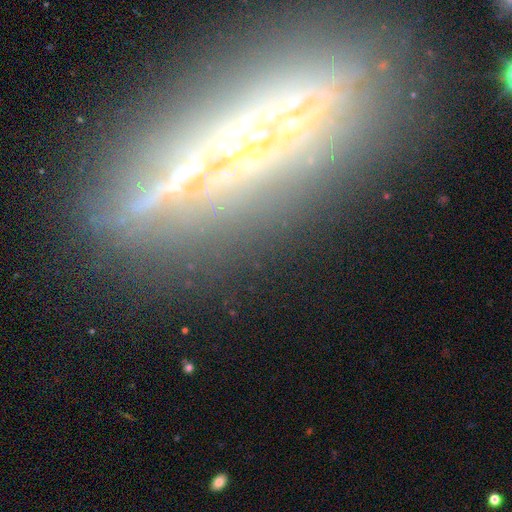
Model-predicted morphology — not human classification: The model was most divided on "smooth or featured": featured or disk: 57%, star or artifact: 28%, smooth: 15%. More confident: merging — none (80%); edge-on disk — yes (73%).